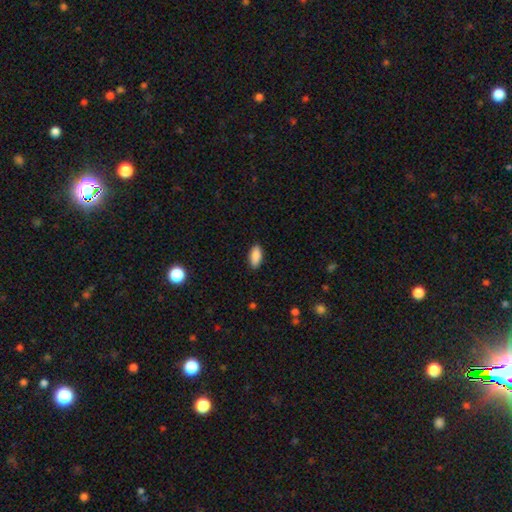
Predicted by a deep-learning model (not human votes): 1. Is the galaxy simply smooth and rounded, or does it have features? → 90% smooth, 7% star or artifact, 4% featured or disk.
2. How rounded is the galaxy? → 87% in between, 11% cigar-shaped, 2% round.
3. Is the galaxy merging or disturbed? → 88% none, 9% minor disturbance, 2% major disturbance, 1% merger.